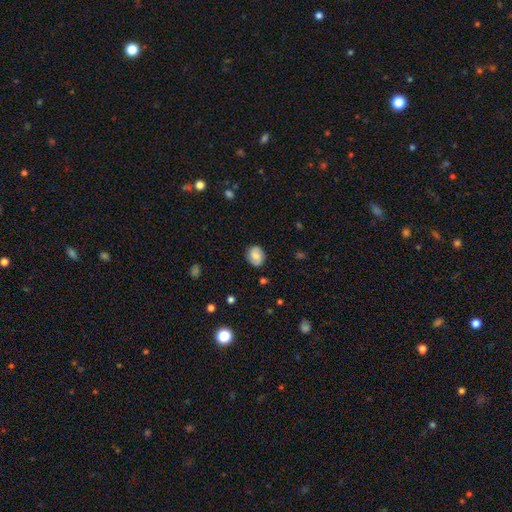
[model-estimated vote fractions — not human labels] A smooth galaxy with no disk features (62%) that is round (50%). Merging: none (82%).